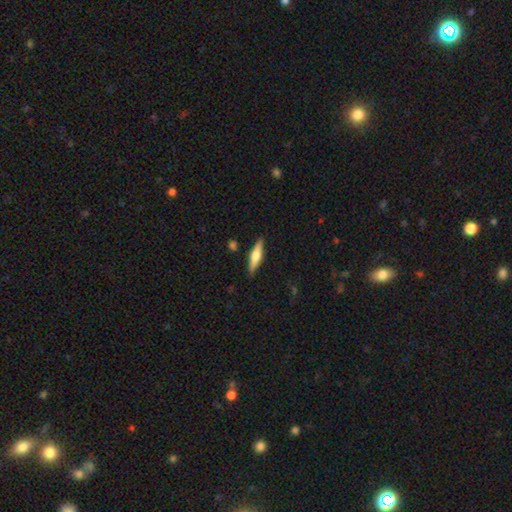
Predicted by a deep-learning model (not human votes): Smooth or featured?
  - featured or disk: 50% *
  - smooth: 43%
  - star or artifact: 6%
Edge-on disk?
  - yes: 95% *
  - no: 5%
Merging?
  - none: 88% *
  - minor disturbance: 9%
  - major disturbance: 2%
  - merger: 2%